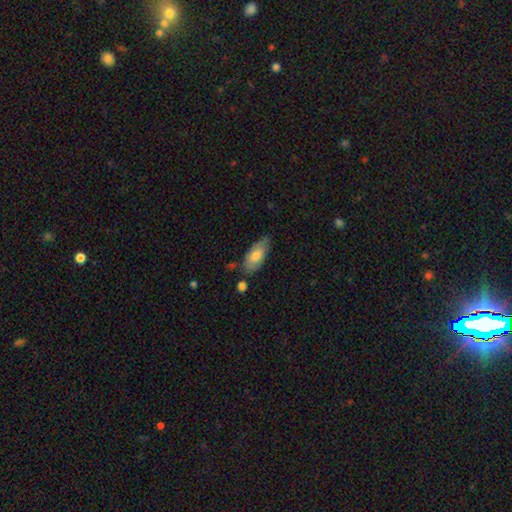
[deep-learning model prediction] smooth 67%, featured or disk 27%, star or artifact 6%. Down the decision tree: how rounded — in between (87%); merging — none (59%).